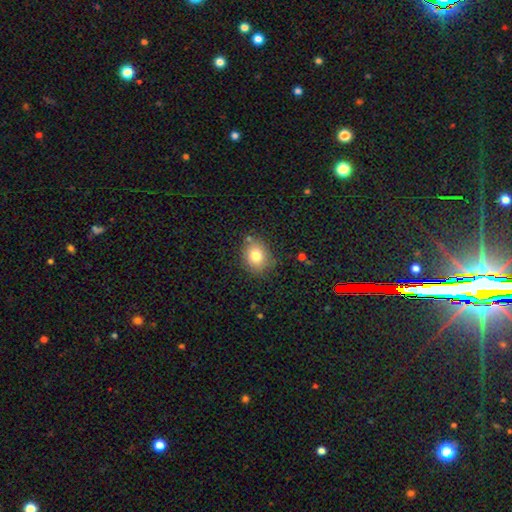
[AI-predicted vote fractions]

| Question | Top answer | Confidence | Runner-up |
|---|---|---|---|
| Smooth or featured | smooth | 77% | star or artifact (12%) |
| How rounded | round | 61% | in between (38%) |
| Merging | none | 80% | minor disturbance (14%) |